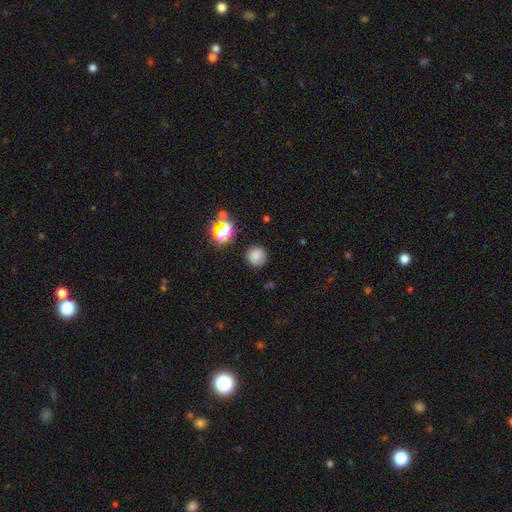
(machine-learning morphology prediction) Smooth or featured: smooth — 76% (star or artifact — 18%)
How rounded: round — 92% (in between — 7%)
Merging: none — 86% (minor disturbance — 9%)